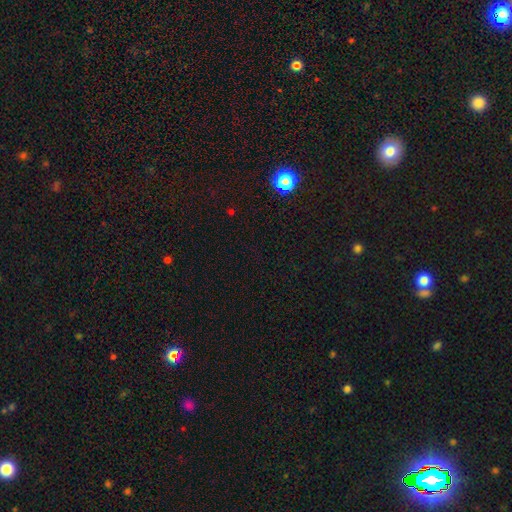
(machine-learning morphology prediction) Q: Smooth or featured?
A: star or artifact (73%); runner-up: smooth (20%)